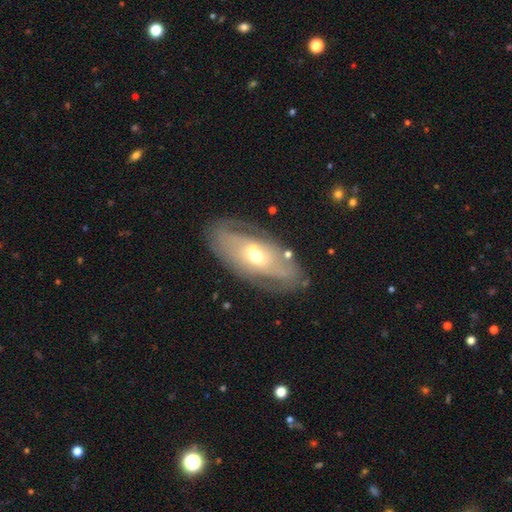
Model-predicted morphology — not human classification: Q: Smooth or featured?
A: featured or disk (68%); runner-up: smooth (25%)
Q: Edge-on disk?
A: no (87%); runner-up: yes (13%)
Q: Bar?
A: no (57%); runner-up: weak (31%)
Q: Spiral arms?
A: yes (64%); runner-up: no (36%)
Q: Bulge size?
A: moderate (61%); runner-up: small (33%)
Q: Merging?
A: none (70%); runner-up: minor disturbance (18%)